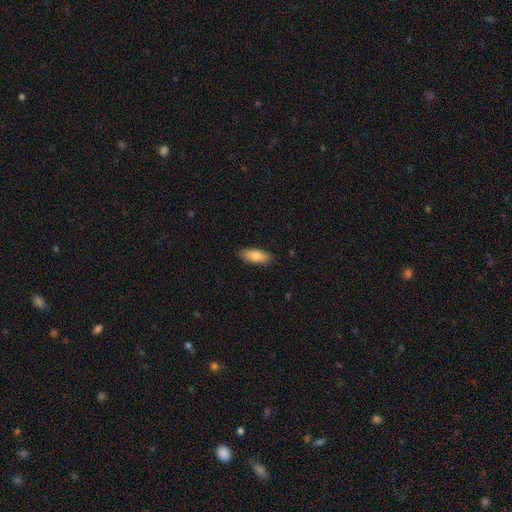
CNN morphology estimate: type=smooth (80%); roundness=in between (77%); merging=none (87%).